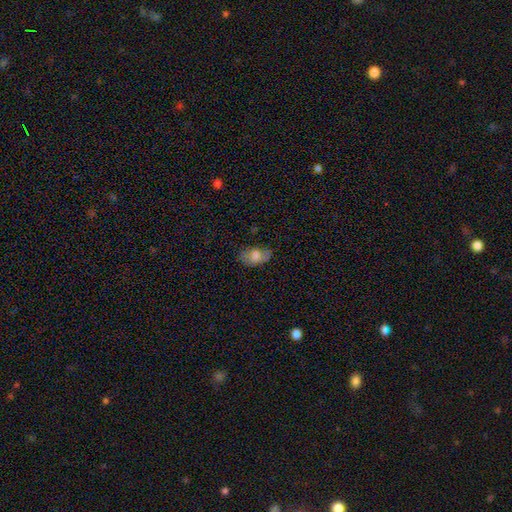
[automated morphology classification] This appears to be a smooth galaxy with no disk features (69%) that is in between round and cigar-shaped (90%). Merging: none (67%).